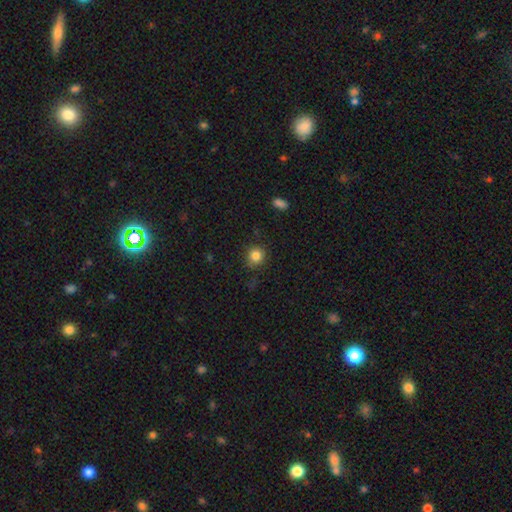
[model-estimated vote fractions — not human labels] Q: Smooth or featured?
A: smooth (84%); runner-up: star or artifact (11%)
Q: How rounded?
A: round (91%); runner-up: in between (8%)
Q: Merging?
A: none (84%); runner-up: minor disturbance (11%)